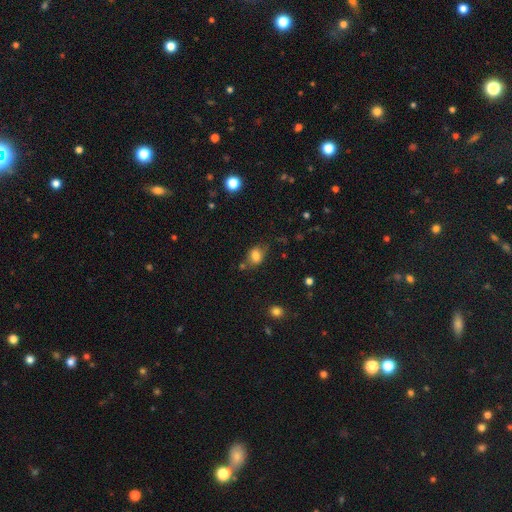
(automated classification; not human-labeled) The model was most divided on "how rounded": in between: 56%, round: 42%, cigar-shaped: 1%. More confident: smooth or featured — smooth (79%); merging — none (64%).